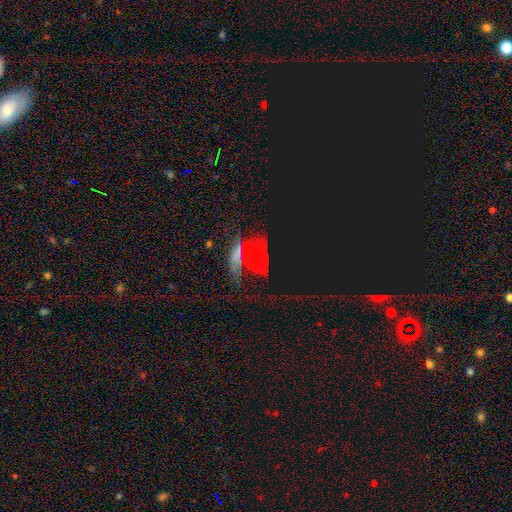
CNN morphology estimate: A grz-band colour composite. It shows a star or artifact, not a galaxy (45%).